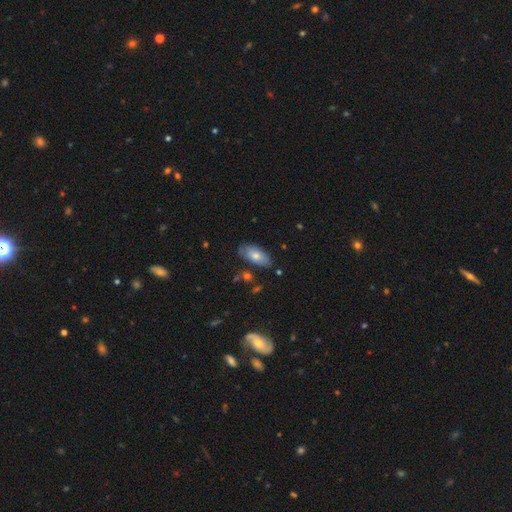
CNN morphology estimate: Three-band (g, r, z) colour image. It shows a smooth galaxy with no disk features (71%) that is in between round and cigar-shaped (90%). Merging: none (76%).